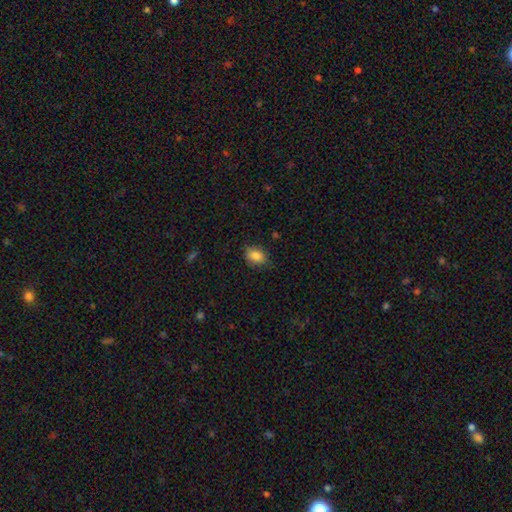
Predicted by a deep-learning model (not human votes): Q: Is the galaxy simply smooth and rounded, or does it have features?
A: smooth — 85%.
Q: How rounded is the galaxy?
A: in between — 76%.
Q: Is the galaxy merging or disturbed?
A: none — 80%.